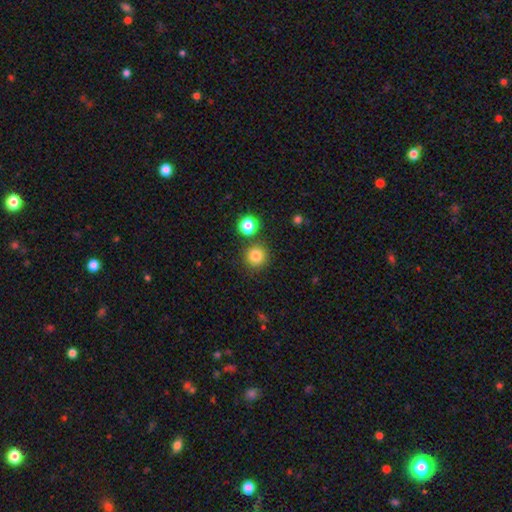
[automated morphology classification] This is clearly a smooth galaxy (82%). How rounded: clearly round (94%). Merging: clearly none (83%).